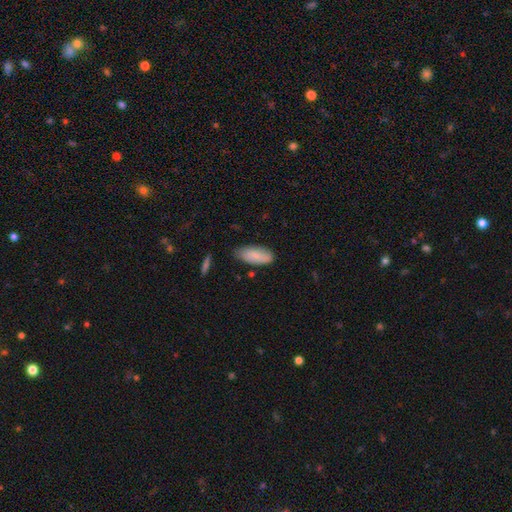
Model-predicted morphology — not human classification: smooth 80%, featured or disk 13%, star or artifact 6%. Down the decision tree: how rounded — in between (87%); merging — none (73%).